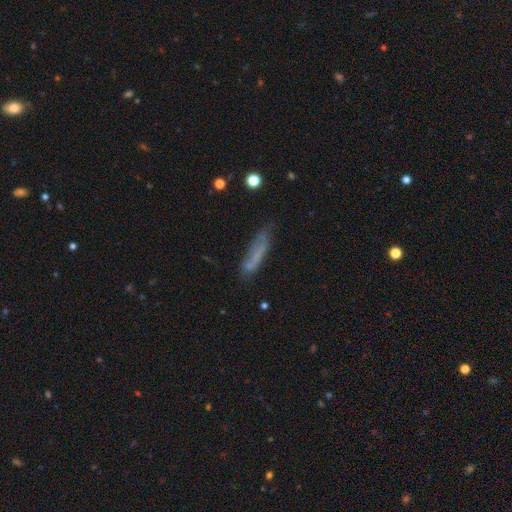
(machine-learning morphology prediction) smooth 61%, featured or disk 27%, star or artifact 11%. Down the decision tree: how rounded — cigar-shaped (82%); merging — none (58%).